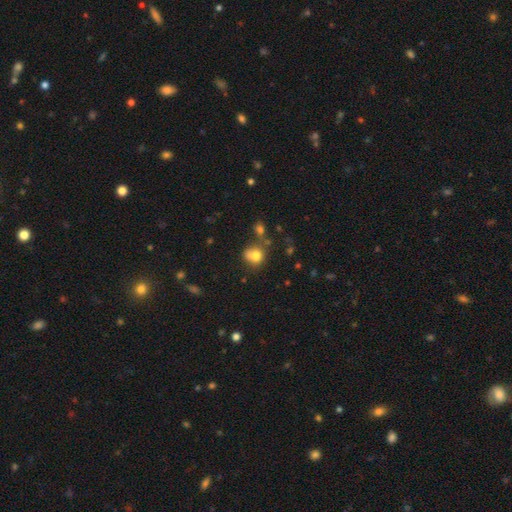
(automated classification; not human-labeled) Smooth or featured: smooth — 76% (featured or disk — 12%)
How rounded: round — 73% (in between — 26%)
Merging: none — 48% (merger — 21%)